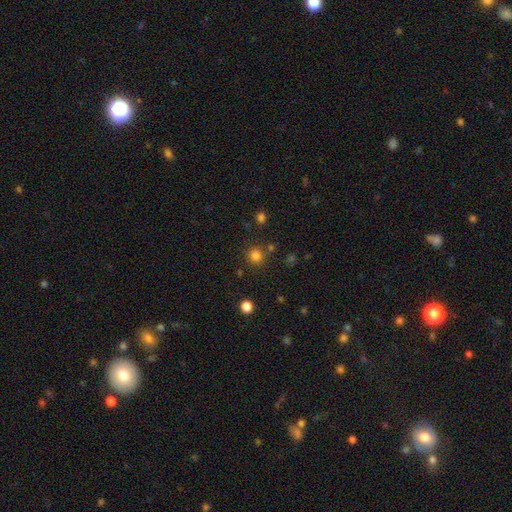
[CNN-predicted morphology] A smooth galaxy with no disk features (80%) that is round (91%).

Vote fractions:
- Smooth or featured? smooth: 80% / star or artifact: 15% / featured or disk: 4%
- How rounded? round: 91% / in between: 8% / cigar-shaped: 1%
- Merging? none: 81% / minor disturbance: 8% / merger: 7% / major disturbance: 3%